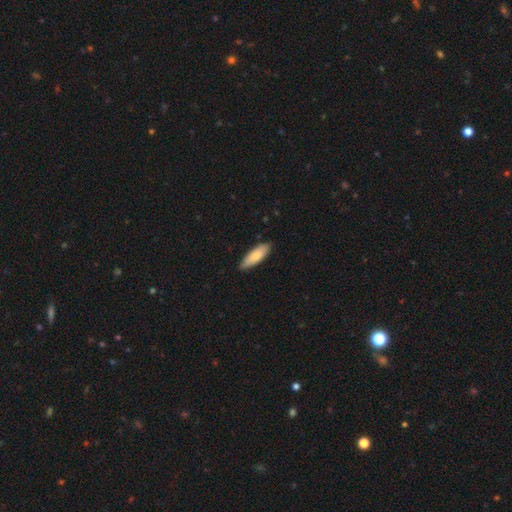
smooth-or-featured: smooth: 87% | featured or disk: 8% | star or artifact: 5%
  how-rounded: in between: 55% | cigar-shaped: 45% | round: 0%
  merging: none: 78% | minor disturbance: 14% | merger: 6% | major disturbance: 3%